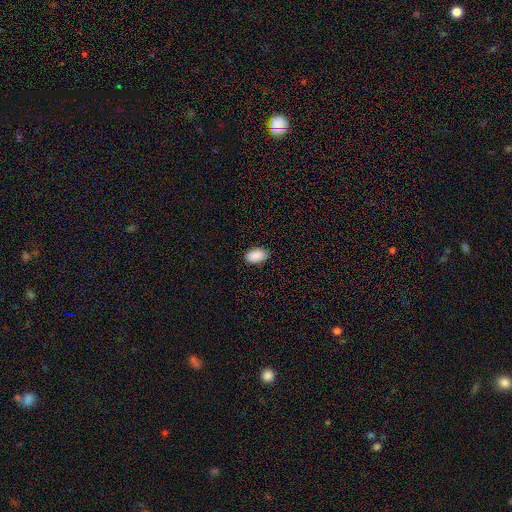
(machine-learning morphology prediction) A smooth galaxy with no disk features (90%) that is in between round and cigar-shaped (93%).

Vote fractions:
- Smooth or featured? smooth: 90% / star or artifact: 7% / featured or disk: 3%
- How rounded? in between: 93% / round: 6% / cigar-shaped: 1%
- Merging? none: 87% / minor disturbance: 10% / major disturbance: 2% / merger: 1%